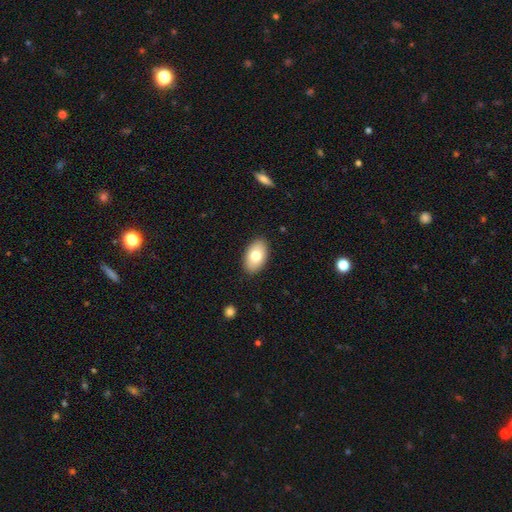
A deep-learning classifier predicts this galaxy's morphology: Overall: smooth (76%). How rounded: in between (92%). Merging: none (88%).